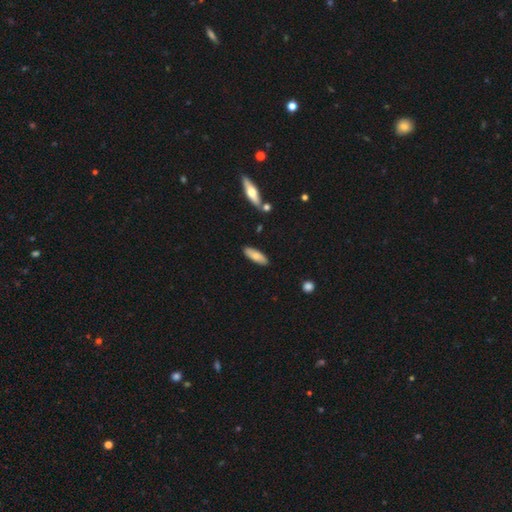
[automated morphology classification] smooth_or_featured: smooth (p=0.74) [alt: featured or disk p=0.20]
how_rounded: in between (p=0.59) [alt: cigar-shaped p=0.39]
merging: none (p=0.86) [alt: minor disturbance p=0.10]